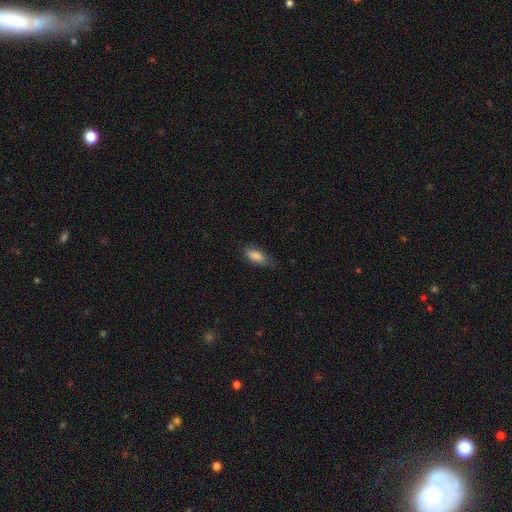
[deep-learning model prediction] Morphology: type=smooth (85%); roundness=in between (84%); merging=none (68%).